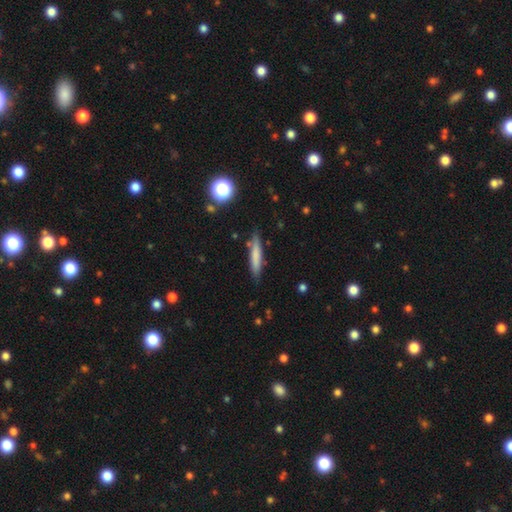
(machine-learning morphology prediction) A smooth galaxy with no disk features (72%) that is cigar-shaped (88%).

Vote fractions:
- Smooth or featured? smooth: 72% / featured or disk: 21% / star or artifact: 7%
- How rounded? cigar-shaped: 88% / in between: 11% / round: 2%
- Merging? none: 82% / minor disturbance: 13% / merger: 3% / major disturbance: 3%